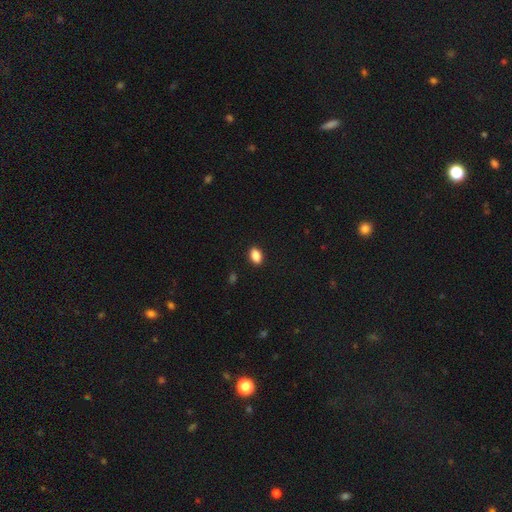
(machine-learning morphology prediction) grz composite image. It shows a smooth galaxy with no disk features (89%) that is in between round and cigar-shaped (86%). Merging: none (90%).